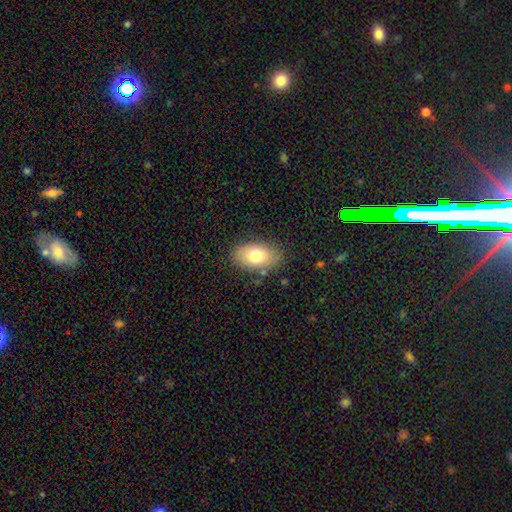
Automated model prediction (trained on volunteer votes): smooth-or-featured: smooth: 75% | featured or disk: 17% | star or artifact: 8%
  how-rounded: in between: 90% | round: 8% | cigar-shaped: 2%
  merging: none: 82% | minor disturbance: 13% | major disturbance: 3% | merger: 2%